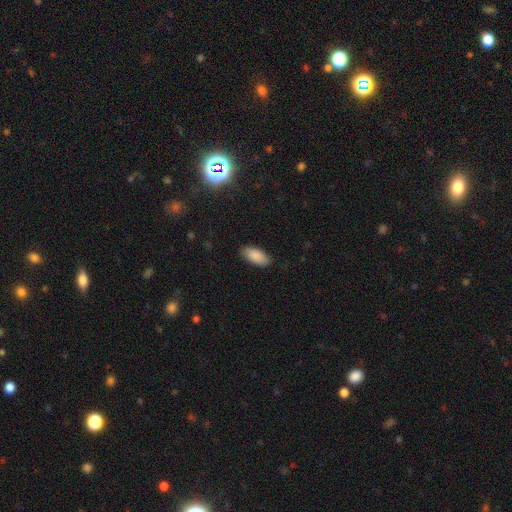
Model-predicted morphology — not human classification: type=smooth (89%); roundness=in between (91%); merging=none (86%).